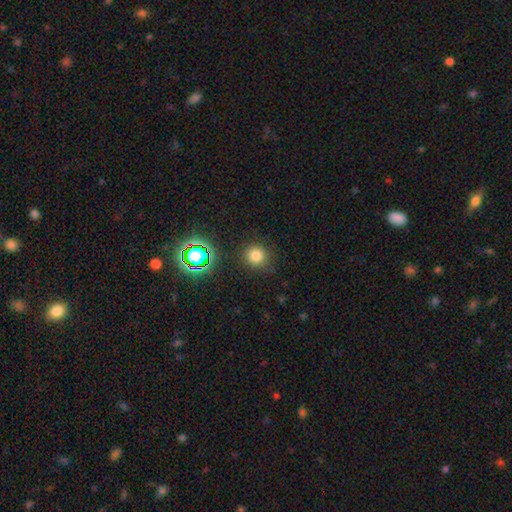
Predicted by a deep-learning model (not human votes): Q: Smooth or featured?
A: smooth (75%); runner-up: star or artifact (19%)
Q: How rounded?
A: round (89%); runner-up: in between (10%)
Q: Merging?
A: none (86%); runner-up: minor disturbance (9%)